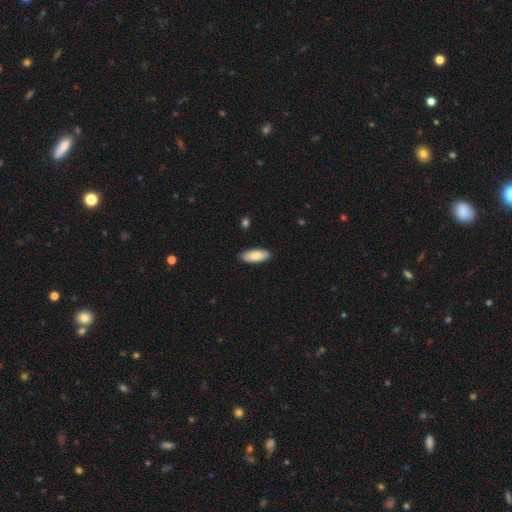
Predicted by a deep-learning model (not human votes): This appears to be a smooth galaxy with no disk features (85%) that is in between round and cigar-shaped (79%). Merging: none (89%).